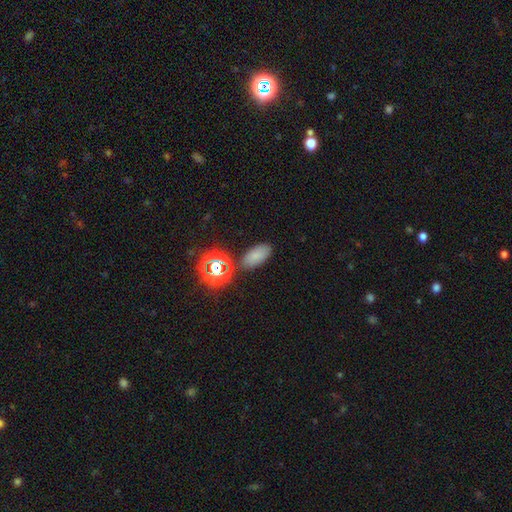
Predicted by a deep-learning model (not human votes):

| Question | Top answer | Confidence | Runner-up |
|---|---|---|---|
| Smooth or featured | smooth | 71% | star or artifact (21%) |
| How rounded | in between | 89% | round (7%) |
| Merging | none | 82% | minor disturbance (10%) |